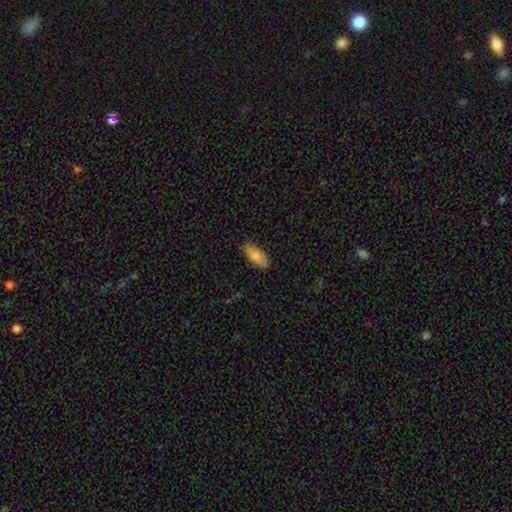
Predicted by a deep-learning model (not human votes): Smooth or featured? Predicted: smooth (p=0.86). How rounded? Predicted: in between (p=0.82). Merging? Predicted: none (p=0.86).